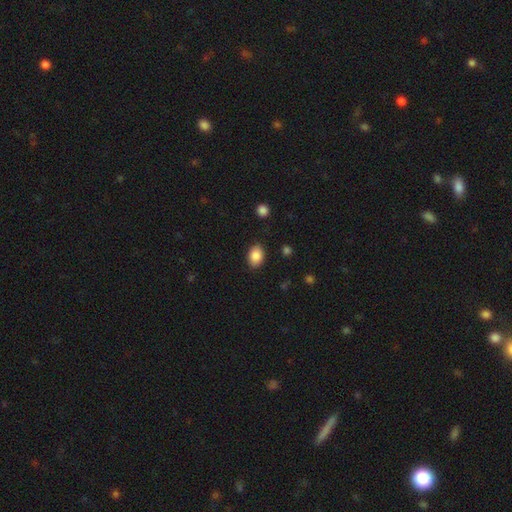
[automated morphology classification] The model was most divided on "how rounded": in between: 79%, round: 20%, cigar-shaped: 1%. More confident: smooth or featured — smooth (87%); merging — none (85%).